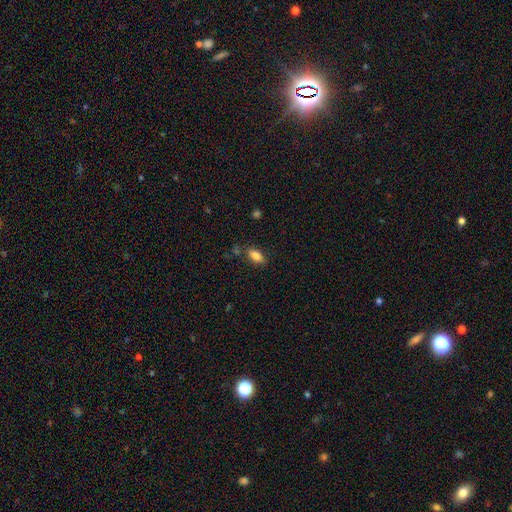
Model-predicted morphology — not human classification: smooth 84%, star or artifact 9%, featured or disk 7%. Down the decision tree: how rounded — in between (88%); merging — none (79%).